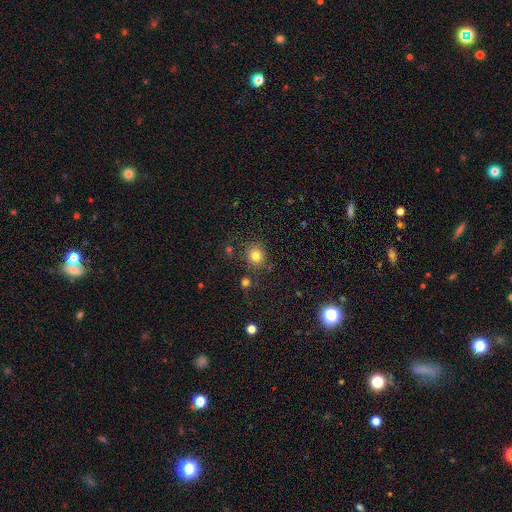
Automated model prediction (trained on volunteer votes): smooth 81%, star or artifact 13%, featured or disk 6%. Down the decision tree: how rounded — round (84%); merging — none (81%).